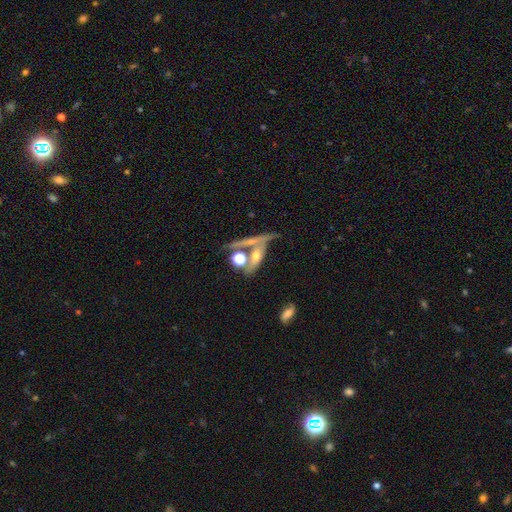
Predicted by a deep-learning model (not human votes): smooth_or_featured: featured or disk (p=0.46) [alt: smooth p=0.40]
merging: none (p=0.37) [alt: merger p=0.35]